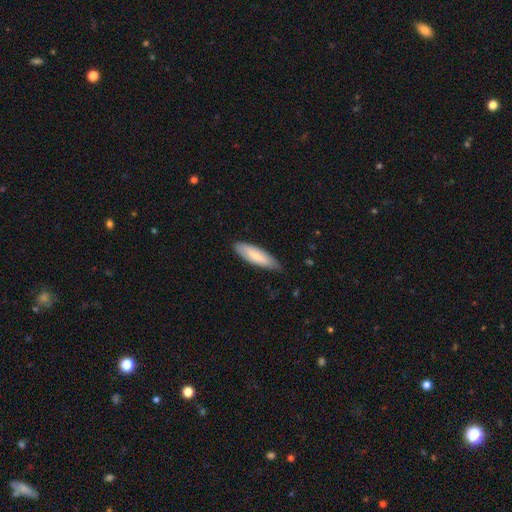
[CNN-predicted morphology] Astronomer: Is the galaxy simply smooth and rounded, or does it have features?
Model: smooth — 72%.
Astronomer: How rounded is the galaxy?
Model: in between — 51% (runner-up: cigar-shaped, 48%).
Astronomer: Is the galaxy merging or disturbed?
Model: none — 79%.